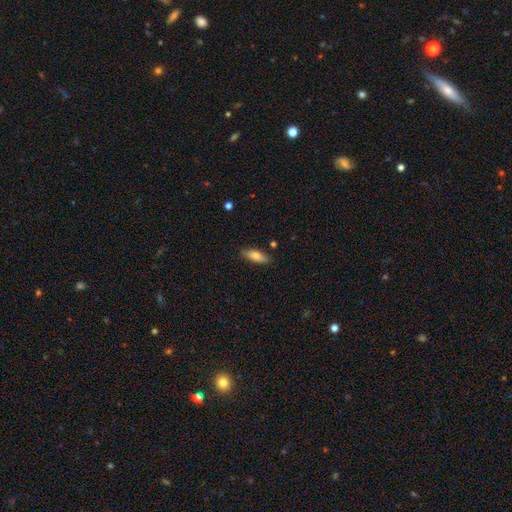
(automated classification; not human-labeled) This is likely a smooth galaxy (76%). How rounded: likely in between (63%). Merging: clearly none (84%).